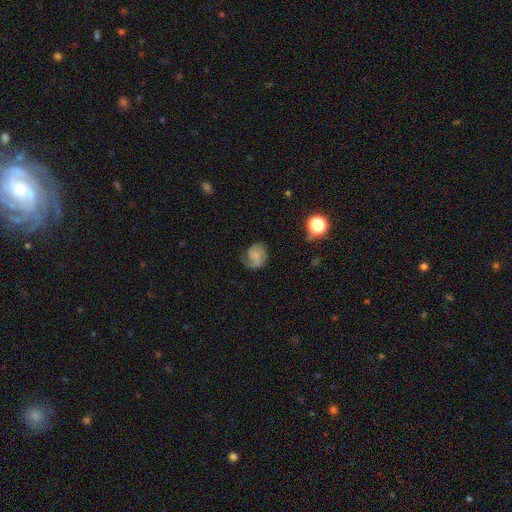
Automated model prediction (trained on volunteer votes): smooth 47%, featured or disk 41%, star or artifact 12%. Down the decision tree: merging — none (57%).